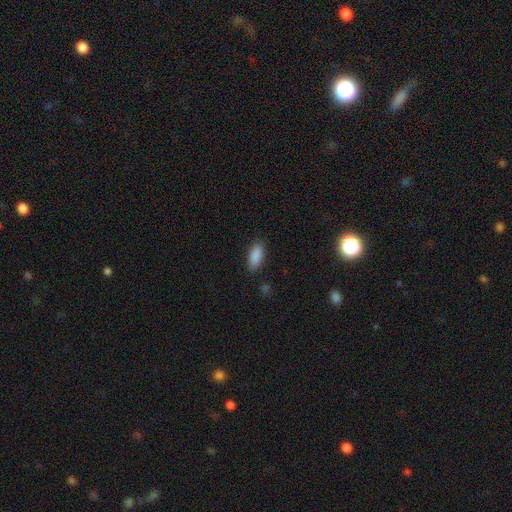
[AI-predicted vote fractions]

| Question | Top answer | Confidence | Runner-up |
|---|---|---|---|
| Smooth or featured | smooth | 90% | star or artifact (7%) |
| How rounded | in between | 85% | cigar-shaped (13%) |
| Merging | none | 88% | minor disturbance (9%) |